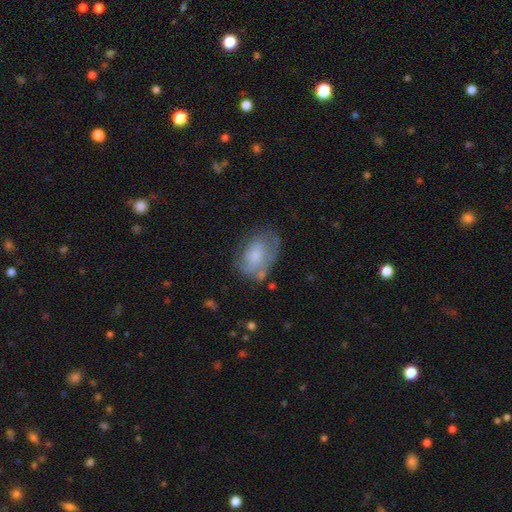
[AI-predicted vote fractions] smooth-or-featured: smooth: 53% | featured or disk: 39% | star or artifact: 8%
  how-rounded: in between: 84% | round: 14% | cigar-shaped: 1%
  merging: none: 46% | minor disturbance: 30% | major disturbance: 20% | merger: 5%